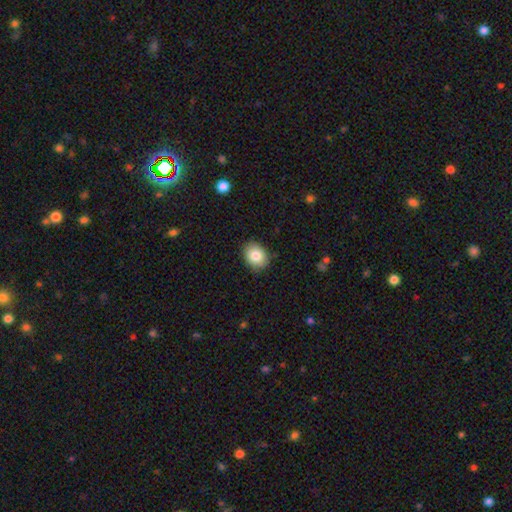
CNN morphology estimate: Smooth or featured: smooth — 83% (star or artifact — 9%)
How rounded: round — 52% (in between — 47%)
Merging: none — 87% (minor disturbance — 10%)